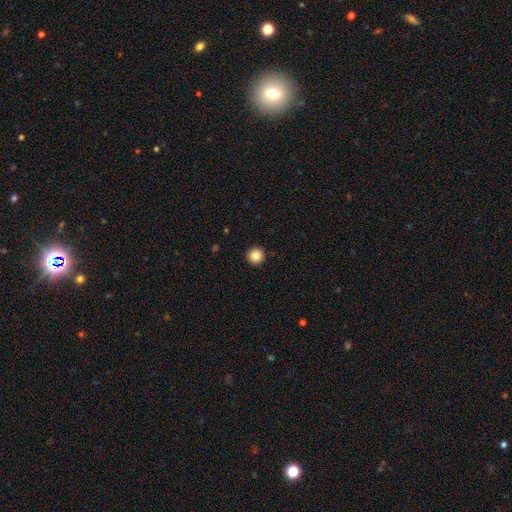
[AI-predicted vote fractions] Smooth or featured?
  - smooth: 85% *
  - star or artifact: 10%
  - featured or disk: 5%
How rounded?
  - round: 96% *
  - in between: 3%
  - cigar-shaped: 1%
Merging?
  - none: 94% *
  - minor disturbance: 4%
  - major disturbance: 1%
  - merger: 1%